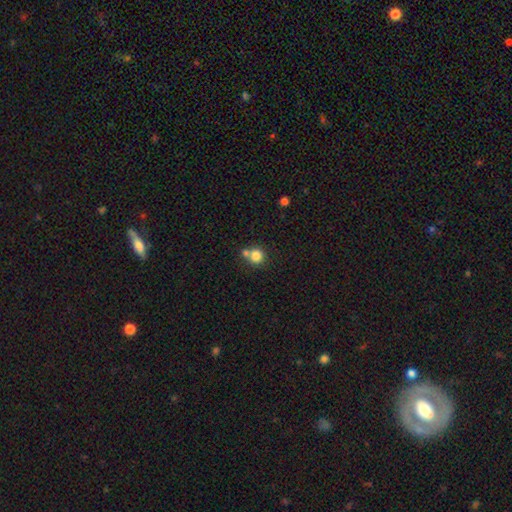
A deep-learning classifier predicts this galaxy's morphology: Overall: smooth (82%). How rounded: round (90%). Merging: none (54%; merger 35%).